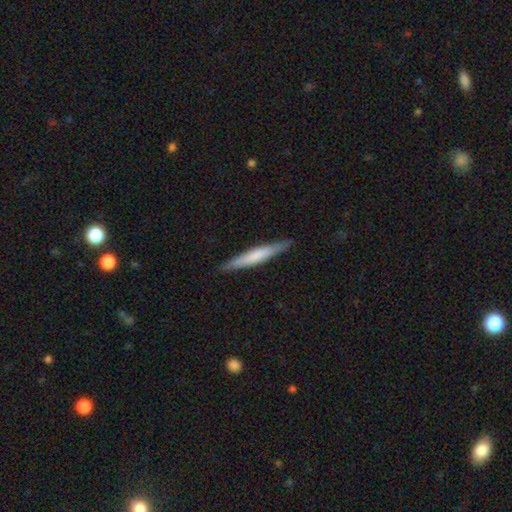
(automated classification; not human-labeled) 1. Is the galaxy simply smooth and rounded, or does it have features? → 53% smooth, 41% featured or disk, 5% star or artifact.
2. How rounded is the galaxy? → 94% cigar-shaped, 4% in between, 1% round.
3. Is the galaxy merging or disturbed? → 89% none, 8% minor disturbance, 2% major disturbance, 1% merger.